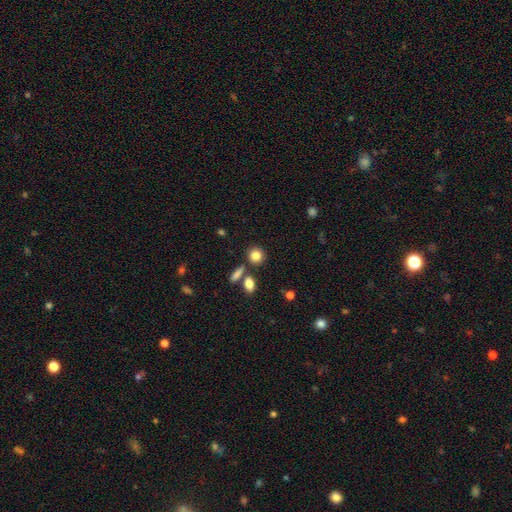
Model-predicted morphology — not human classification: Smooth or featured? smooth (83%)
How rounded? round (83%)
Merging? none (77%)